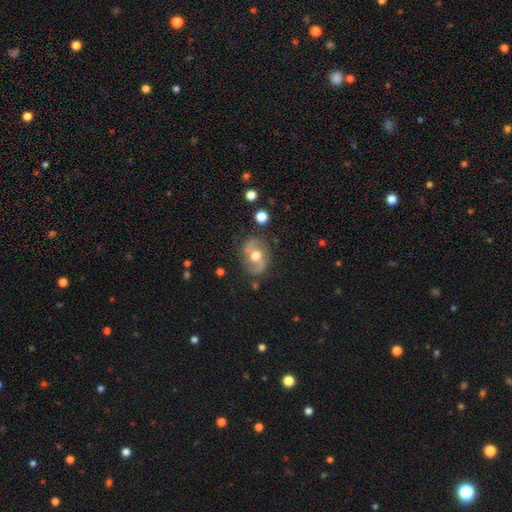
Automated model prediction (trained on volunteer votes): A featured or disk galaxy (67%) with no bar (50%), 2 (89%) loose (42%, tied with medium) spiral arms (79%) and a moderate central bulge (76%). Merging: none (80%).